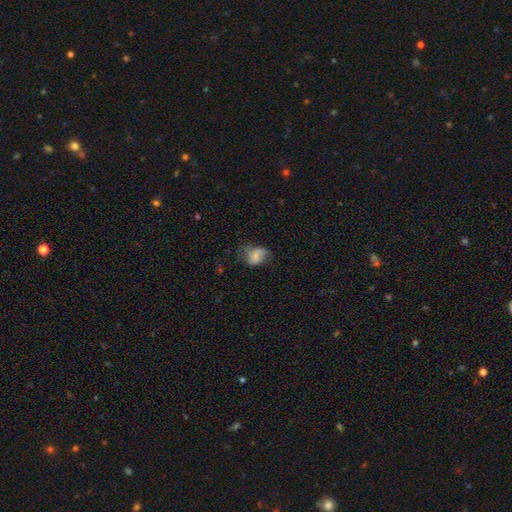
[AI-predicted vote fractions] This is likely a smooth galaxy (61%). How rounded: likely in between (68%). Merging: marginally none (42%).